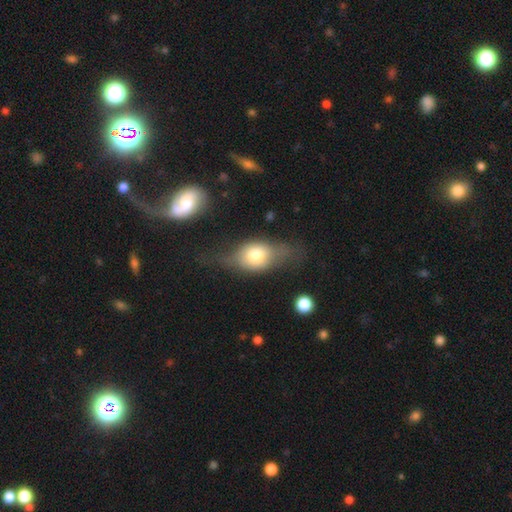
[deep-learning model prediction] The model was most divided on "smooth or featured": smooth: 56%, featured or disk: 36%, star or artifact: 9%. Remaining: how rounded — in between (66%); merging — none (48%).